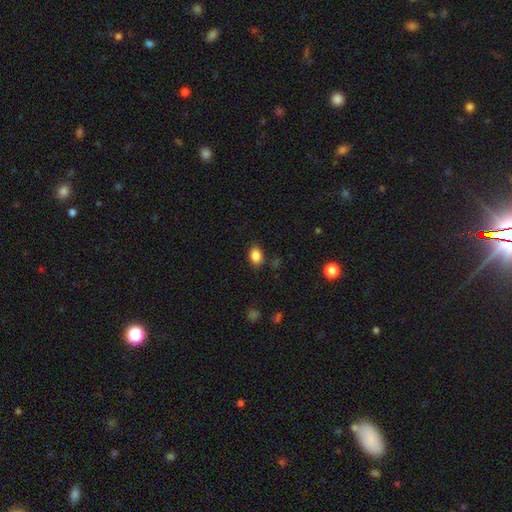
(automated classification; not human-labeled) Smooth or featured? Predicted: smooth (p=0.86). How rounded? Predicted: in between (p=0.76). Merging? Predicted: none (p=0.82).